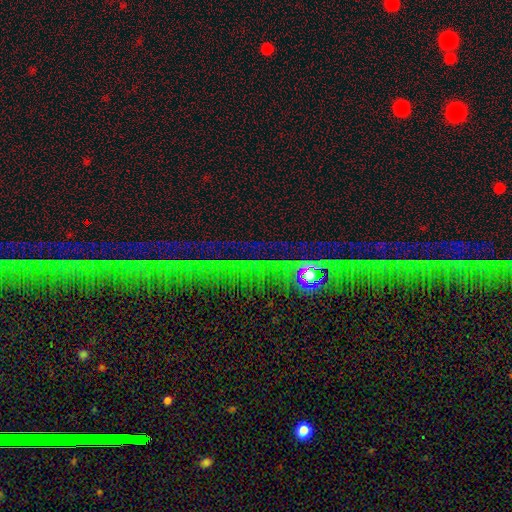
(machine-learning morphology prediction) Q: Smooth or featured?
A: star or artifact (82%); runner-up: featured or disk (11%)